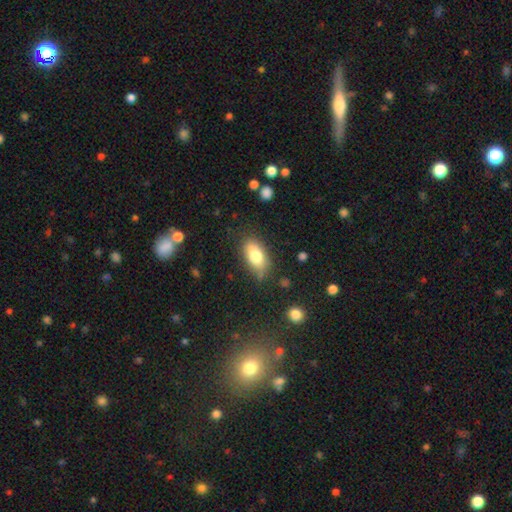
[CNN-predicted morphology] This appears to be a smooth galaxy with no disk features (76%) that is in between round and cigar-shaped (88%). Merging: none (73%).